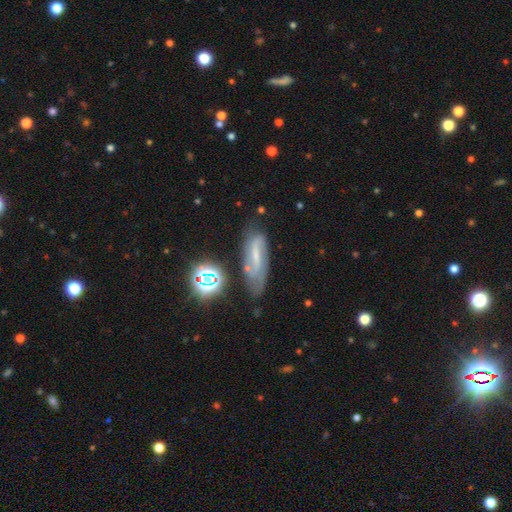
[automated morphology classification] A featured or disk galaxy (64%) with a strong bar (45%), spiral arms (85%) and a small central bulge (50%). Merging: none (61%).